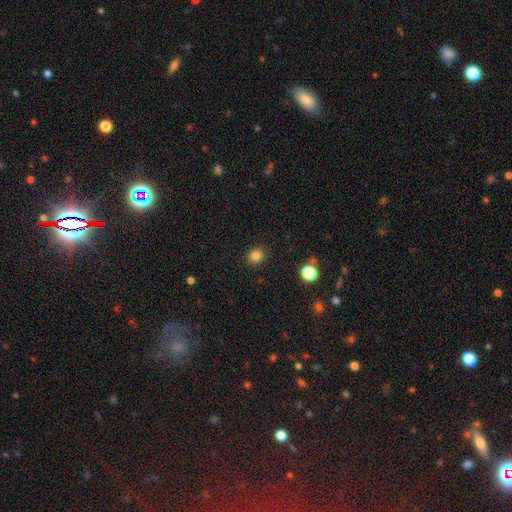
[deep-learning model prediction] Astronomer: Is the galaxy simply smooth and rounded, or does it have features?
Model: smooth — 83%.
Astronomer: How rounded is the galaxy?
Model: round — 72%.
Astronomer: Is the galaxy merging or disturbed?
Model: none — 88%.